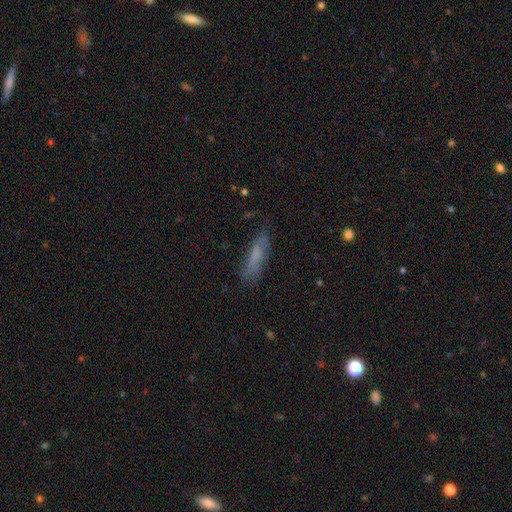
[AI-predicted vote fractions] smooth 67%, featured or disk 25%, star or artifact 9%. Down the decision tree: how rounded — cigar-shaped (72%); merging — none (75%).